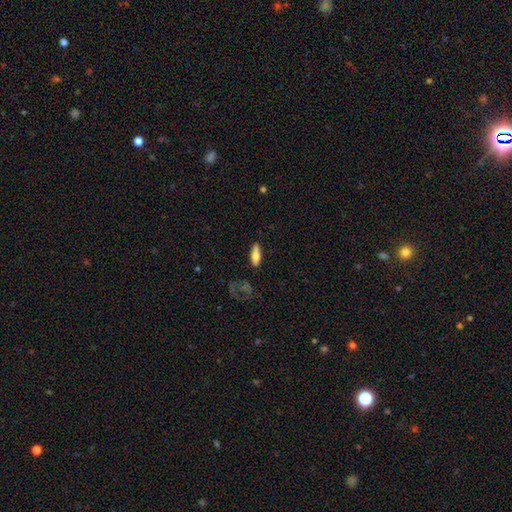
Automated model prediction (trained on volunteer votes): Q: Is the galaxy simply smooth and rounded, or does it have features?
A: smooth — 67%.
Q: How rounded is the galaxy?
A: in between — 52%.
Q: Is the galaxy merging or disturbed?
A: none — 83%.